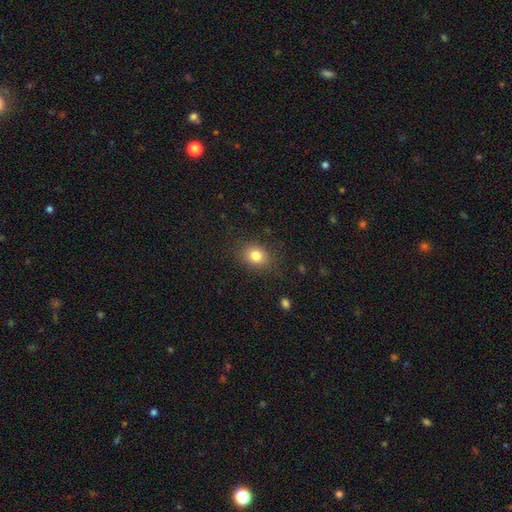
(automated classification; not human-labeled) Q: Smooth or featured?
A: smooth (82%); runner-up: star or artifact (11%)
Q: How rounded?
A: round (57%); runner-up: in between (42%)
Q: Merging?
A: none (84%); runner-up: minor disturbance (11%)